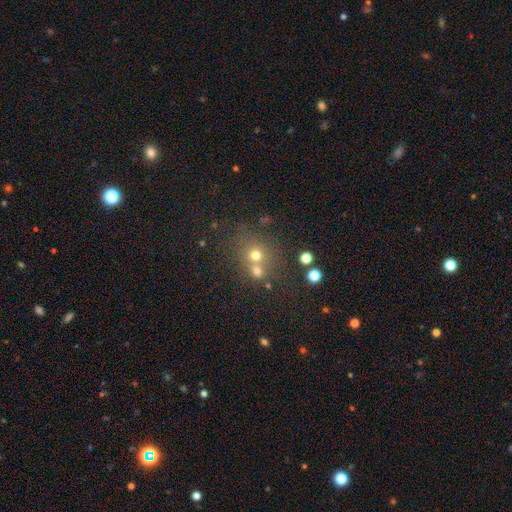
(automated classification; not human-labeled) The model was most divided on "merging": none: 48%, merger: 41%, minor disturbance: 8%, major disturbance: 4%. More confident: how rounded — round (83%); smooth or featured — smooth (67%).